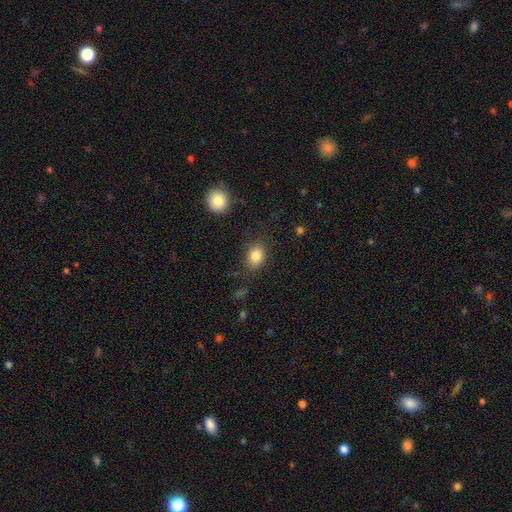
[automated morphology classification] Q: Smooth or featured?
A: smooth (84%); runner-up: star or artifact (10%)
Q: How rounded?
A: in between (55%); runner-up: round (44%)
Q: Merging?
A: none (80%); runner-up: minor disturbance (13%)